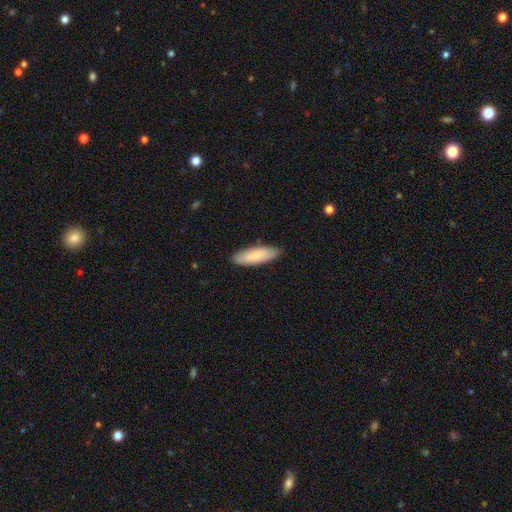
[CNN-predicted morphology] This is clearly a smooth galaxy (82%). How rounded: possibly in between (52%). Merging: clearly none (87%).